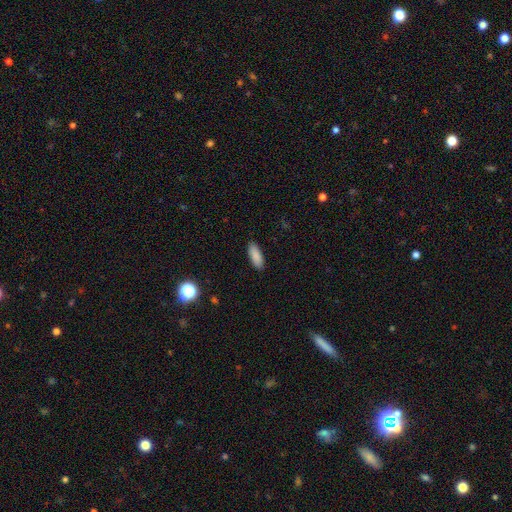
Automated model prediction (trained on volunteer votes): A smooth galaxy with no disk features (88%) that is in between round and cigar-shaped (70%).

Vote fractions:
- Smooth or featured? smooth: 88% / star or artifact: 7% / featured or disk: 5%
- How rounded? in between: 70% / cigar-shaped: 28% / round: 2%
- Merging? none: 89% / minor disturbance: 8% / major disturbance: 2% / merger: 1%